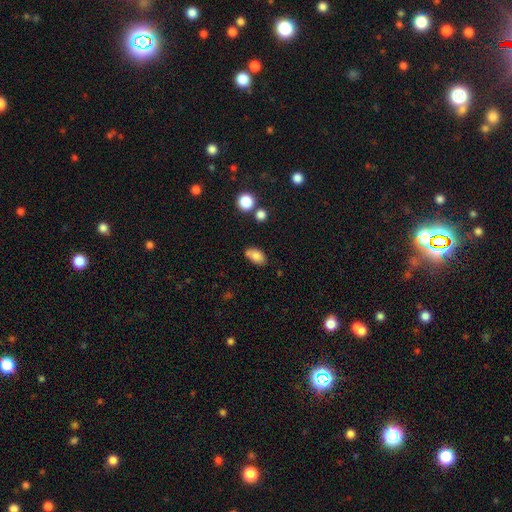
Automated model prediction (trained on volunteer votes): A smooth galaxy with no disk features (82%) that is in between round and cigar-shaped (90%). Merging: none (66%).